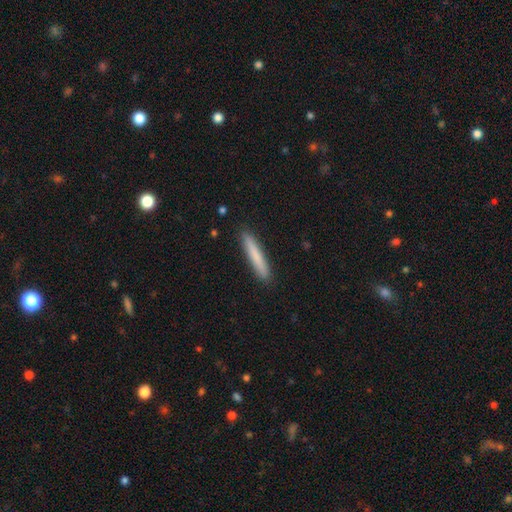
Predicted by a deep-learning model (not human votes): The model was most divided on "smooth or featured": smooth: 78%, featured or disk: 16%, star or artifact: 6%. More confident: how rounded — cigar-shaped (95%); merging — none (91%).